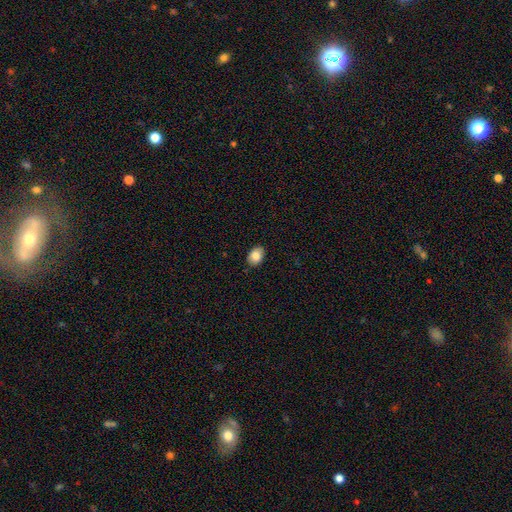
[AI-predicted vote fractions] This is clearly a smooth galaxy (85%). How rounded: likely in between (77%). Merging: clearly none (87%).